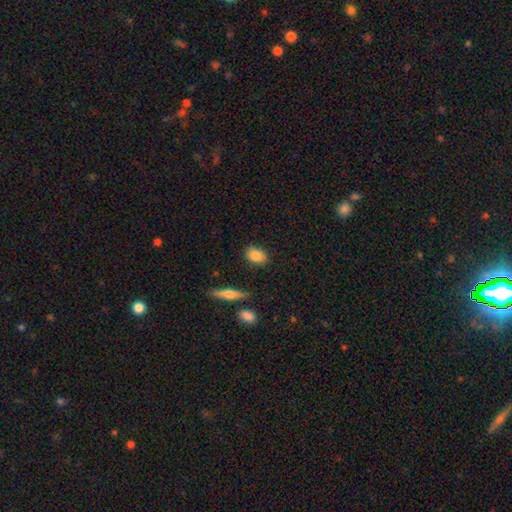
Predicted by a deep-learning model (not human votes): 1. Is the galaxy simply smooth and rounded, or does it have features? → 84% smooth, 9% featured or disk, 7% star or artifact.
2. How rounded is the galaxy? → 77% in between, 20% round, 3% cigar-shaped.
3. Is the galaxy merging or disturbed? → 84% none, 11% minor disturbance, 3% major disturbance, 2% merger.